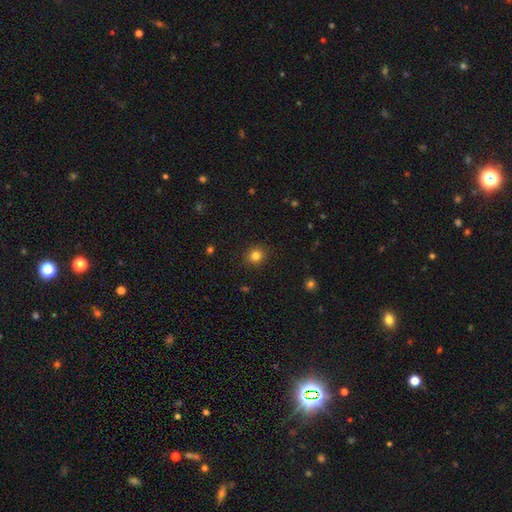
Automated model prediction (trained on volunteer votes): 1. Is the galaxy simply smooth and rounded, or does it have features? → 81% smooth, 13% star or artifact, 5% featured or disk.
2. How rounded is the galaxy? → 85% round, 14% in between, 1% cigar-shaped.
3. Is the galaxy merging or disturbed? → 90% none, 6% minor disturbance, 2% major disturbance, 1% merger.